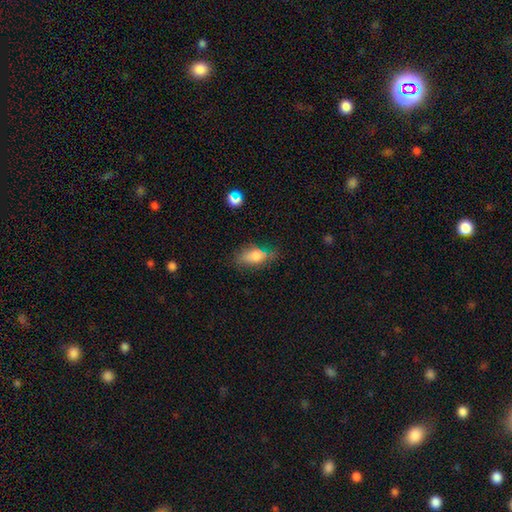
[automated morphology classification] type=smooth (70%); roundness=in between (81%); merging=none (66%).